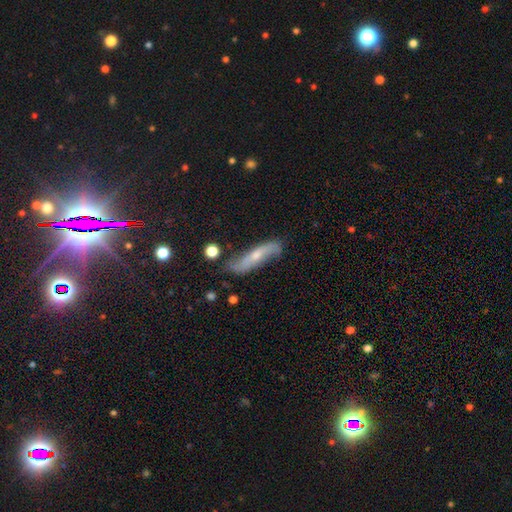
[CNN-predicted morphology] smooth_or_featured: featured or disk (p=0.61) [alt: smooth p=0.32]
disk_edge_on: no (p=0.55) [alt: yes p=0.45]
merging: none (p=0.68) [alt: minor disturbance p=0.23]